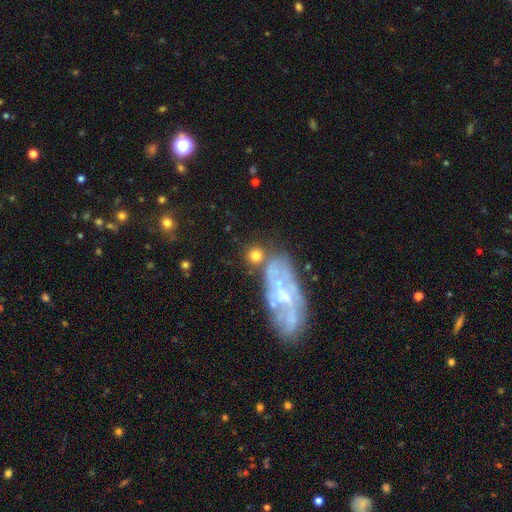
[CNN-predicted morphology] smooth 65%, featured or disk 24%, star or artifact 11%. Down the decision tree: how rounded — round (78%); merging — none (57%).